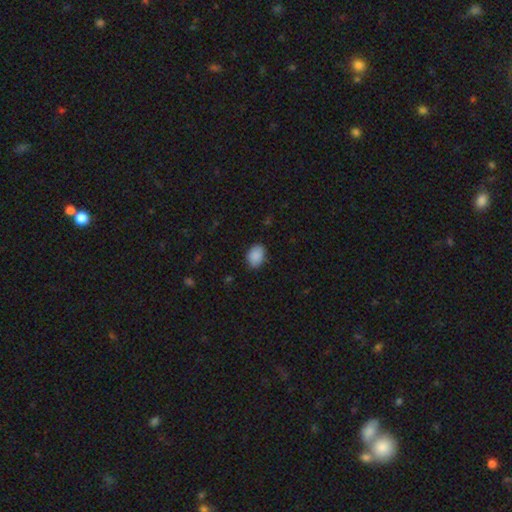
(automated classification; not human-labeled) Q: Smooth or featured?
A: smooth (89%); runner-up: star or artifact (8%)
Q: How rounded?
A: in between (78%); runner-up: round (21%)
Q: Merging?
A: none (82%); runner-up: minor disturbance (14%)